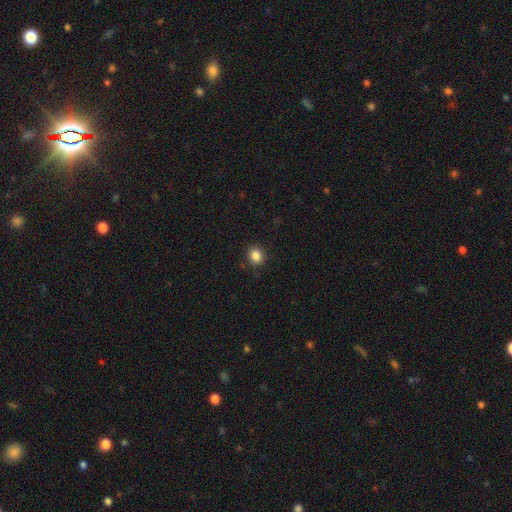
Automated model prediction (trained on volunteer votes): Smooth or featured? smooth (86%)
How rounded? round (69%)
Merging? none (88%)